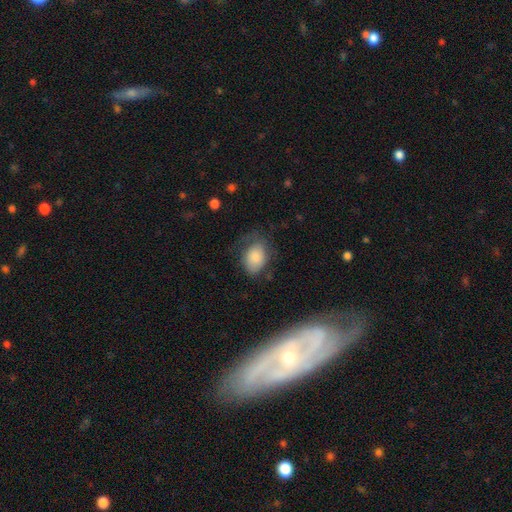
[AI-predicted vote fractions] This is likely a smooth galaxy (76%). How rounded: likely in between (75%). Merging: possibly none (53%).